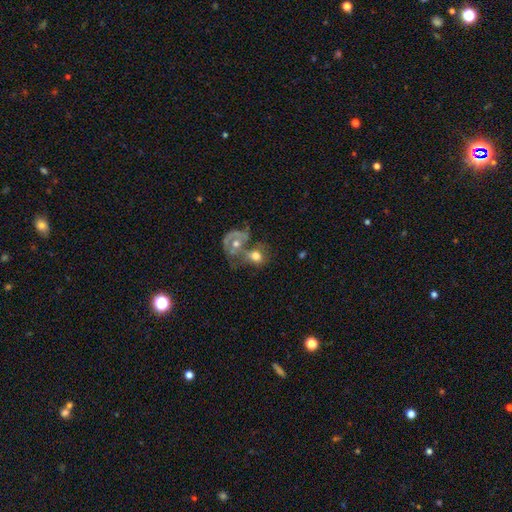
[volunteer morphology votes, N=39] This is possibly a smooth galaxy (59%). How rounded: likely round (61%). Merging: clearly merger (81%).